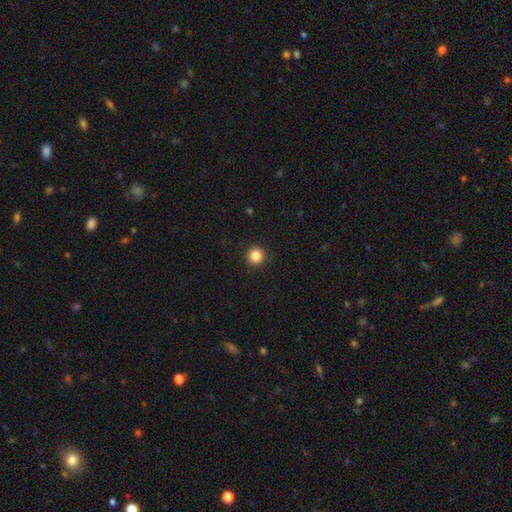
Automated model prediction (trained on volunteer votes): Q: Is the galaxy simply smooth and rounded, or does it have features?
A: smooth — 86%.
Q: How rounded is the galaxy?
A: round — 95%.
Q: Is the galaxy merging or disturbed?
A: none — 93%.